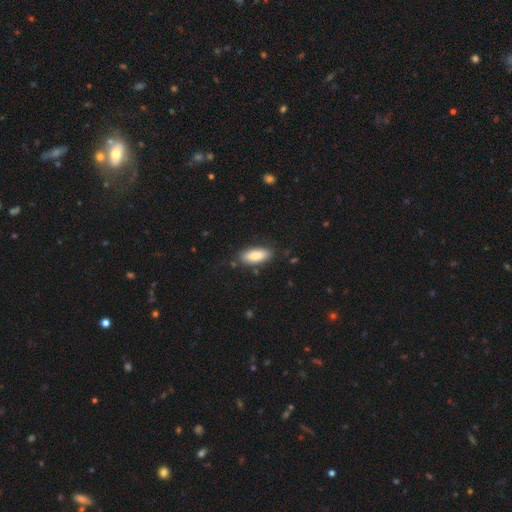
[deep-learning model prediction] Smooth or featured?
  - smooth: 83% *
  - featured or disk: 10%
  - star or artifact: 6%
How rounded?
  - in between: 81% *
  - cigar-shaped: 17%
  - round: 2%
Merging?
  - none: 82% *
  - minor disturbance: 13%
  - major disturbance: 3%
  - merger: 2%